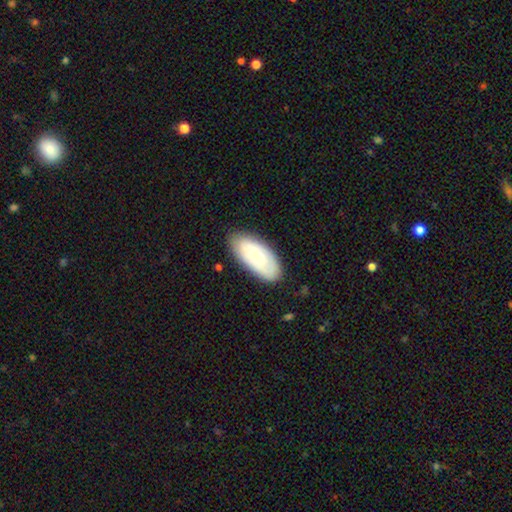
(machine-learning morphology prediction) type=smooth (62%); roundness=in between (92%); merging=none (82%).